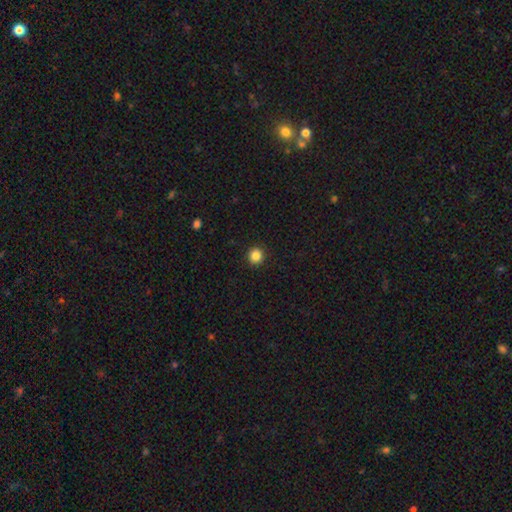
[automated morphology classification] Q: Smooth or featured?
A: smooth (85%); runner-up: star or artifact (11%)
Q: How rounded?
A: round (93%); runner-up: in between (6%)
Q: Merging?
A: none (93%); runner-up: minor disturbance (5%)